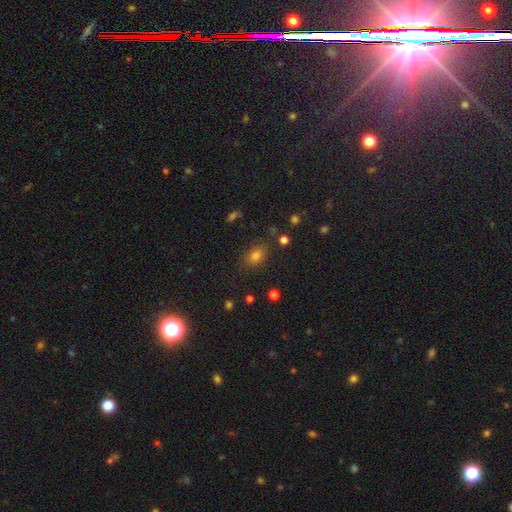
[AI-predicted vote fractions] A smooth galaxy with no disk features (73%) that is in between round and cigar-shaped (76%). Merging: none (80%).